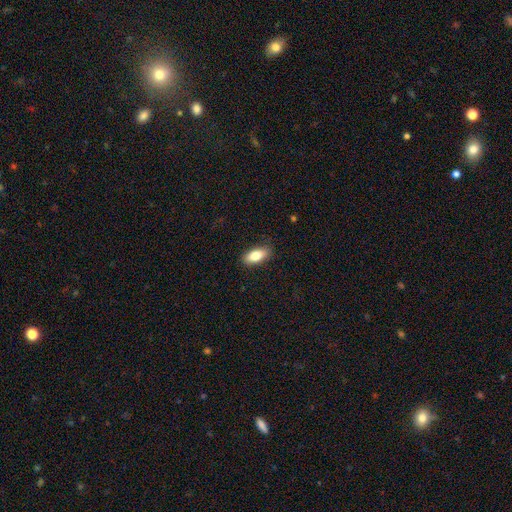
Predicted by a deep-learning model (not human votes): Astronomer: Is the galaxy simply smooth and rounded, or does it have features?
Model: smooth — 83%.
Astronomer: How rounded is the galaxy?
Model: in between — 84%.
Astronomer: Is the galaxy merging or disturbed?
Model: none — 86%.